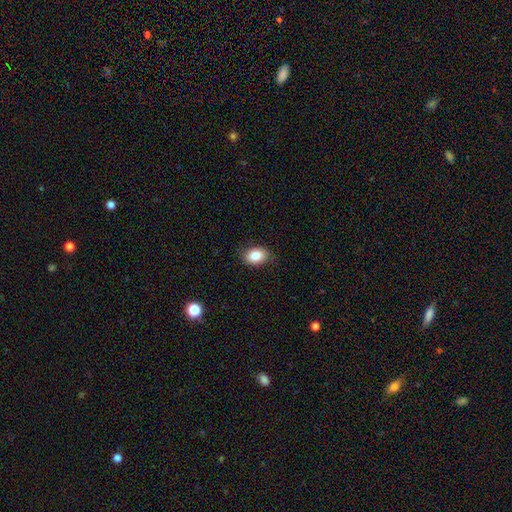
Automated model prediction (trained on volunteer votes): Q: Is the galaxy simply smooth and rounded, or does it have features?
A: smooth — 86%.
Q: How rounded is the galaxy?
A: in between — 79%.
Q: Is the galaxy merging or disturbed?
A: none — 83%.